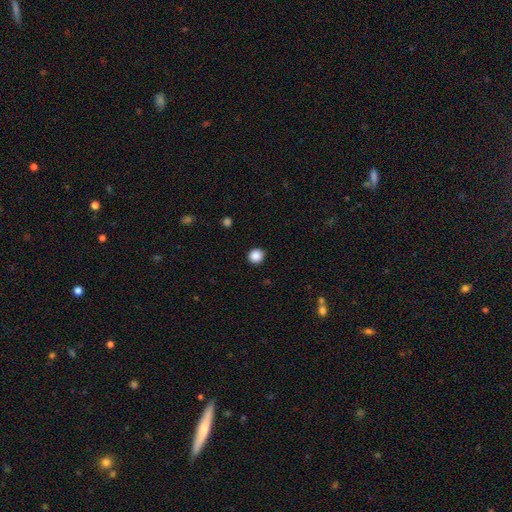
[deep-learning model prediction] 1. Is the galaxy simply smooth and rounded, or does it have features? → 88% smooth, 10% star or artifact, 3% featured or disk.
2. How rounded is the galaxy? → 90% round, 9% in between, 1% cigar-shaped.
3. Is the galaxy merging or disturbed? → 92% none, 5% minor disturbance, 2% major disturbance, 1% merger.